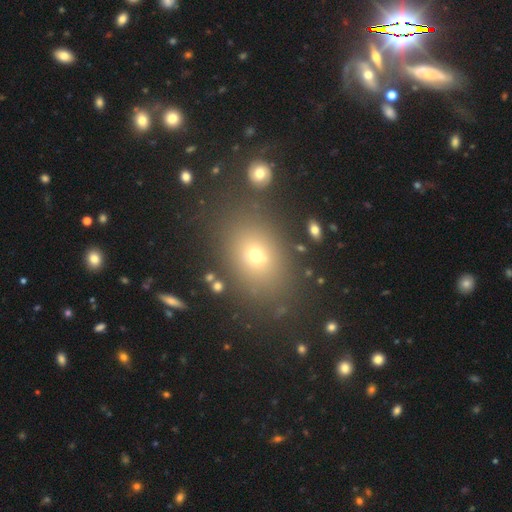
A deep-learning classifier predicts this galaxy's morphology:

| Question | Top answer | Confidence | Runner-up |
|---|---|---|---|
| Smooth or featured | smooth | 64% | star or artifact (24%) |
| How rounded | in between | 63% | round (35%) |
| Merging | none | 83% | minor disturbance (9%) |